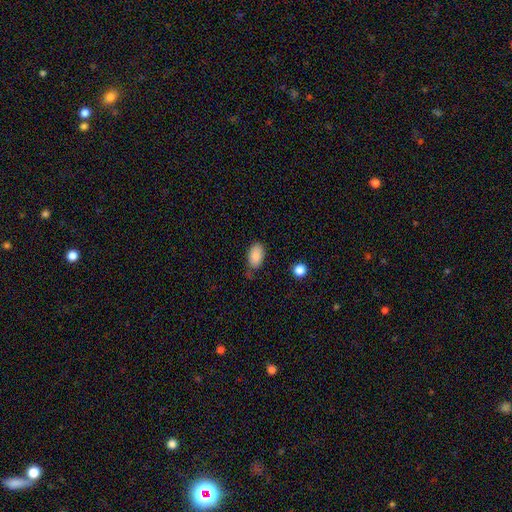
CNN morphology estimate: Q: Smooth or featured?
A: smooth (86%); runner-up: star or artifact (7%)
Q: How rounded?
A: in between (93%); runner-up: round (6%)
Q: Merging?
A: none (64%); runner-up: minor disturbance (26%)